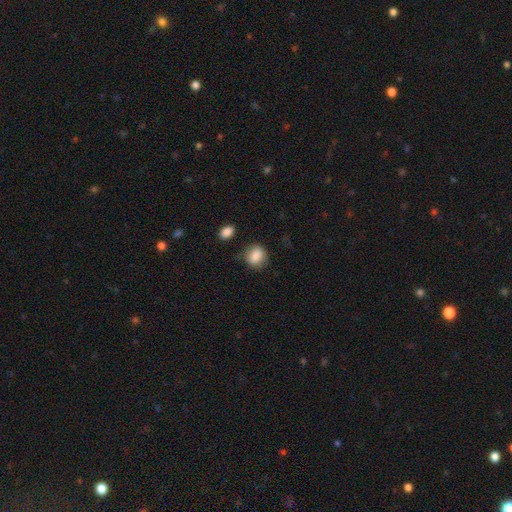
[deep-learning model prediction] smooth_or_featured: smooth (p=0.86) [alt: star or artifact p=0.08]
how_rounded: round (p=0.56) [alt: in between p=0.43]
merging: none (p=0.73) [alt: minor disturbance p=0.18]